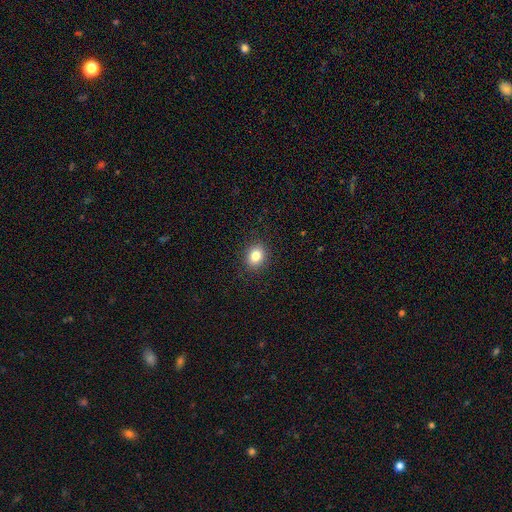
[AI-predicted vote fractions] This is clearly a smooth galaxy (84%). How rounded: possibly round (51%). Merging: clearly none (90%).